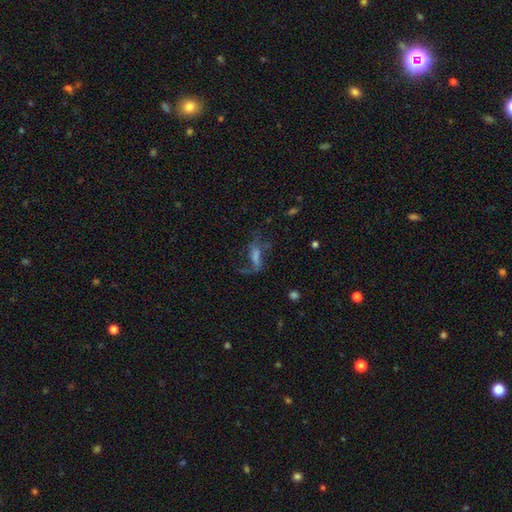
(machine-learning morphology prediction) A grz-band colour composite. It shows a featured or disk galaxy (53%). Merging: major disturbance (39%, tied with none).